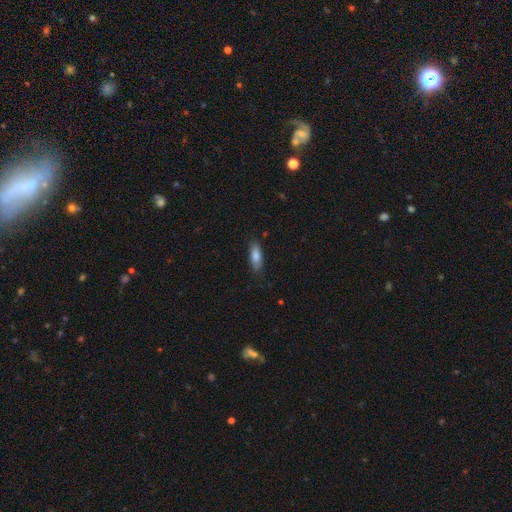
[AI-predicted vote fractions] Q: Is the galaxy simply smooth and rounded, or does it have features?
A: smooth — 82%.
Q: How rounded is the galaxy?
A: in between — 65%.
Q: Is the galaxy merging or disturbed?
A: none — 84%.